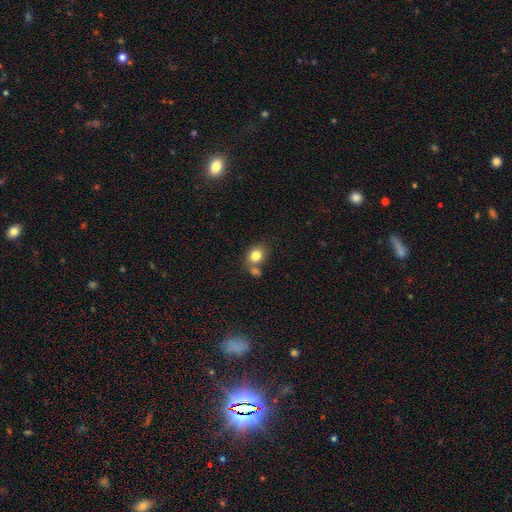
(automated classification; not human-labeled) Q: Smooth or featured?
A: smooth (81%); runner-up: star or artifact (10%)
Q: How rounded?
A: round (54%); runner-up: in between (45%)
Q: Merging?
A: none (56%); runner-up: merger (27%)